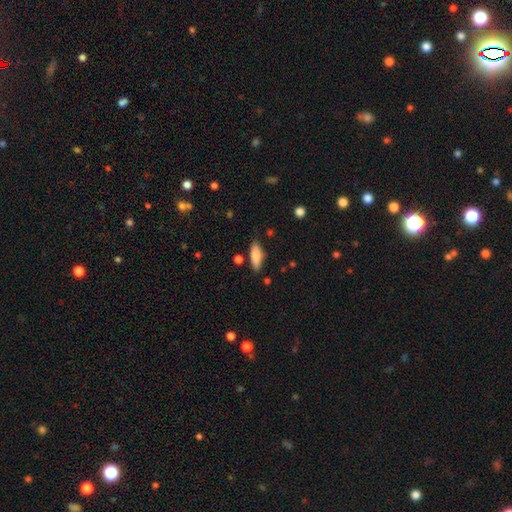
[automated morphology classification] type=smooth (76%); roundness=in between (58%); merging=none (82%).